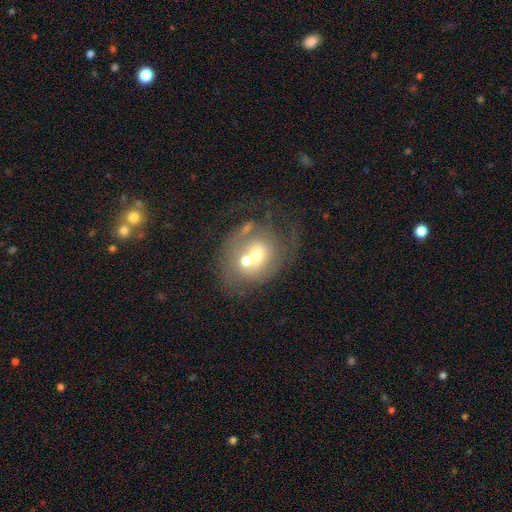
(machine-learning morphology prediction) Smooth or featured?
  - featured or disk: 51% *
  - smooth: 38%
  - star or artifact: 11%
Edge-on disk?
  - no: 96% *
  - yes: 4%
Merging?
  - merger: 43% *
  - none: 25%
  - major disturbance: 19%
  - minor disturbance: 13%